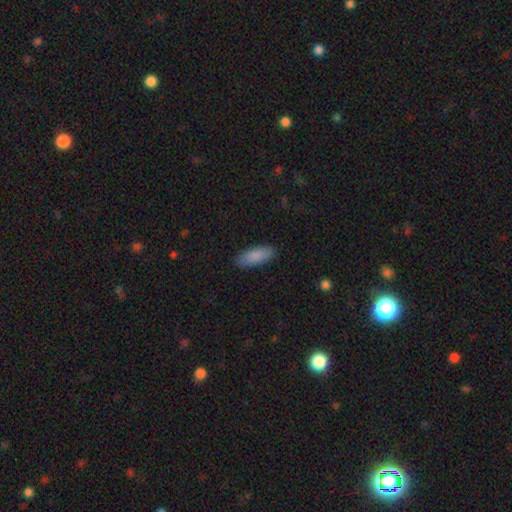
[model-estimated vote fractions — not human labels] A smooth galaxy with no disk features (88%) that is in between round and cigar-shaped (74%). Merging: none (87%).